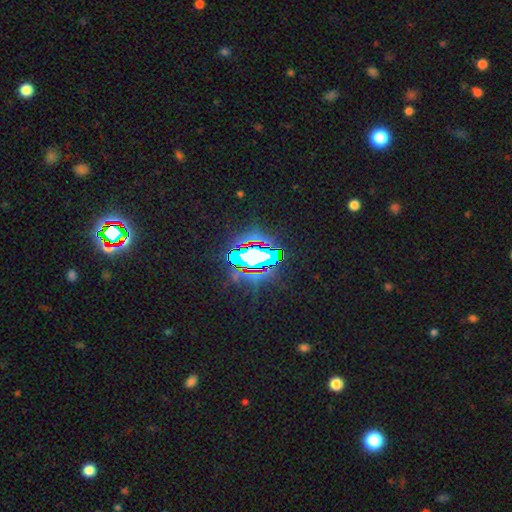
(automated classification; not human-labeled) This is likely a star or artifact rather than a galaxy (66%).